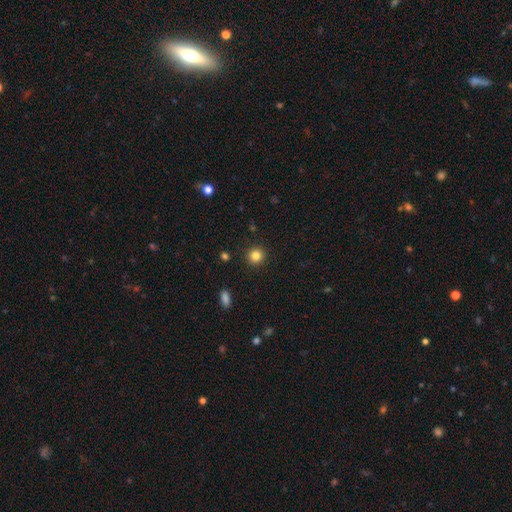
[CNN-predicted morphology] smooth_or_featured: smooth (p=0.83) [alt: star or artifact p=0.11]
how_rounded: round (p=0.93) [alt: in between p=0.06]
merging: none (p=0.92) [alt: minor disturbance p=0.05]